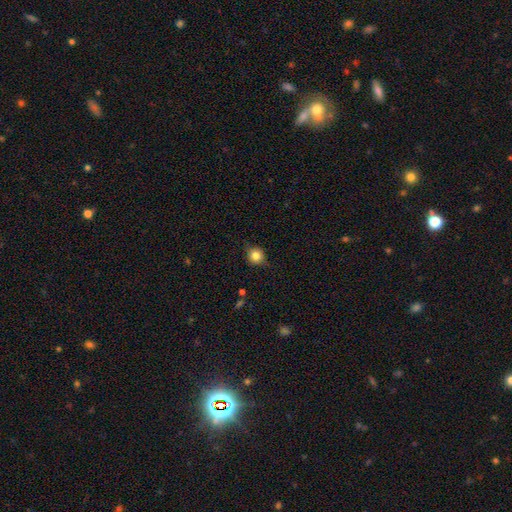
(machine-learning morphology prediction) smooth-or-featured: smooth: 81% | star or artifact: 11% | featured or disk: 8%
  how-rounded: round: 90% | in between: 9% | cigar-shaped: 1%
  merging: none: 79% | minor disturbance: 16% | major disturbance: 3% | merger: 1%